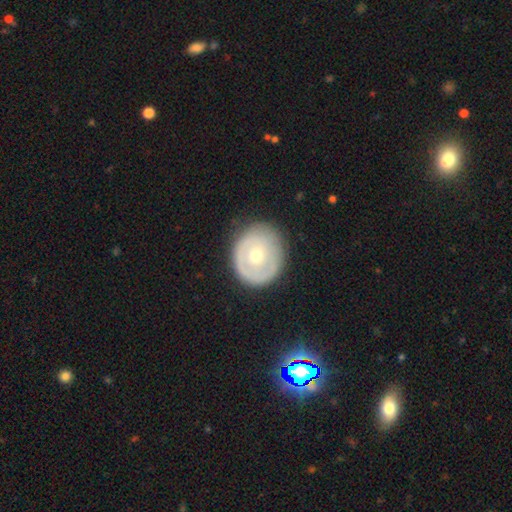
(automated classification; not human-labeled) Smooth or featured: featured or disk — 50% (smooth — 44%)
Merging: none — 77% (minor disturbance — 16%)